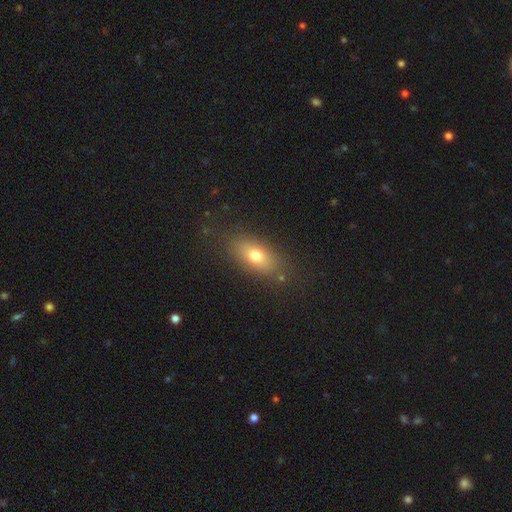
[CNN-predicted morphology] smooth_or_featured: smooth (p=0.72) [alt: featured or disk p=0.18]
how_rounded: in between (p=0.79) [alt: cigar-shaped p=0.13]
merging: none (p=0.83) [alt: minor disturbance p=0.11]